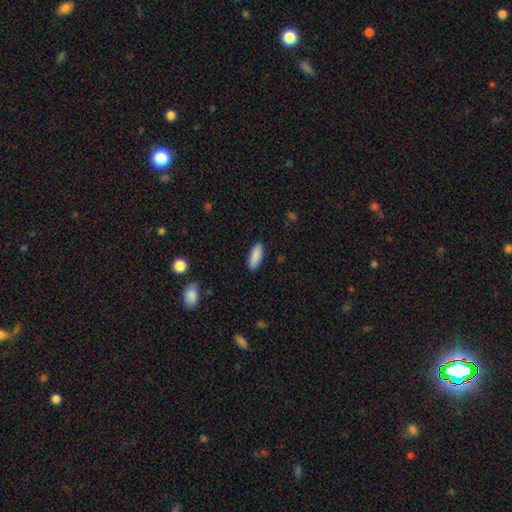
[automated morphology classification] This is clearly a smooth galaxy (89%). How rounded: likely in between (68%). Merging: clearly none (88%).